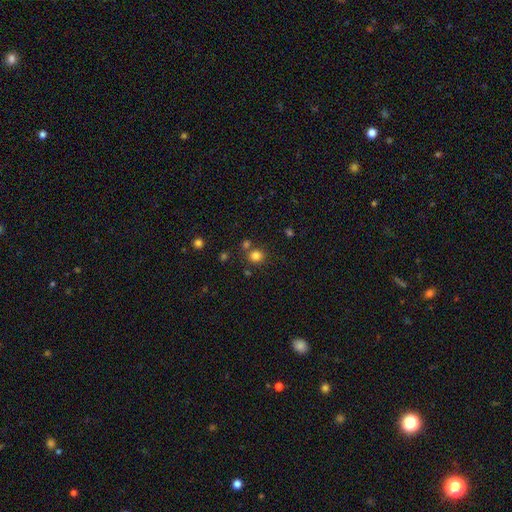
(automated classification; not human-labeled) smooth 81%, star or artifact 14%, featured or disk 5%. Down the decision tree: how rounded — round (82%); merging — none (72%).